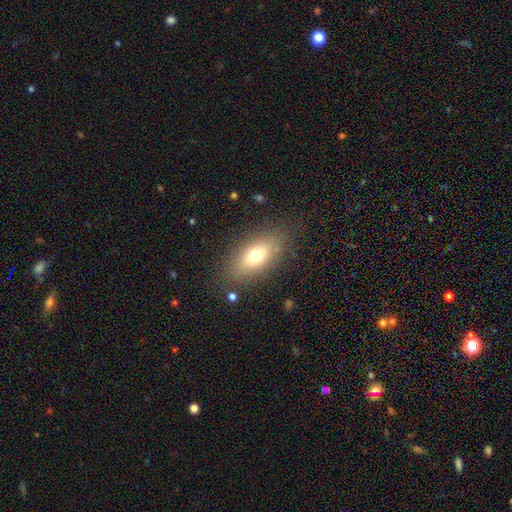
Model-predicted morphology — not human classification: smooth_or_featured: smooth (p=0.68) [alt: featured or disk p=0.22]
how_rounded: in between (p=0.79) [alt: cigar-shaped p=0.14]
merging: none (p=0.82) [alt: minor disturbance p=0.12]